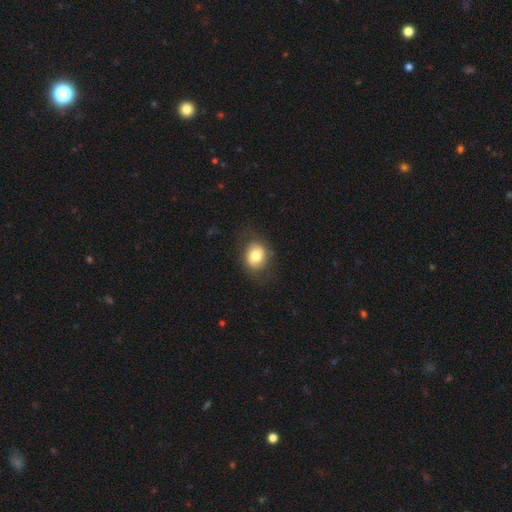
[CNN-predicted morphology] type=smooth (75%); roundness=round (50%); merging=none (75%).